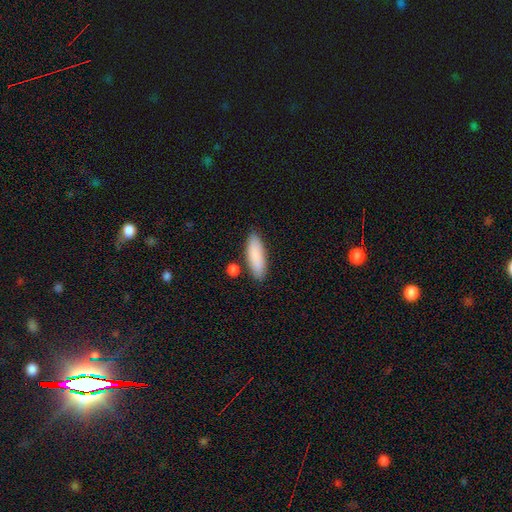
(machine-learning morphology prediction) This is clearly a smooth galaxy (87%). How rounded: possibly in between (60%). Merging: clearly none (82%).